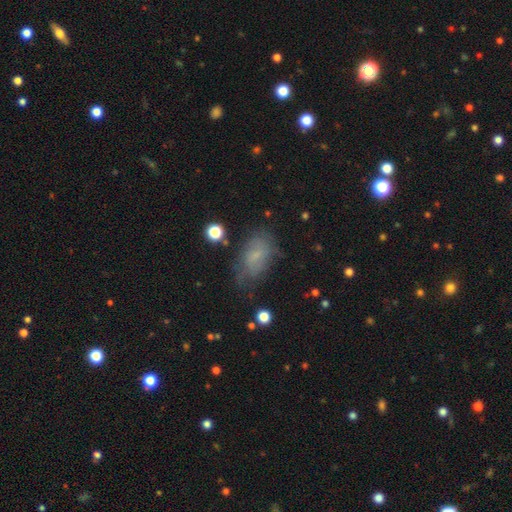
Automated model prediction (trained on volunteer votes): This is possibly a smooth galaxy (60%). How rounded: clearly in between (89%). Merging: possibly none (55%).